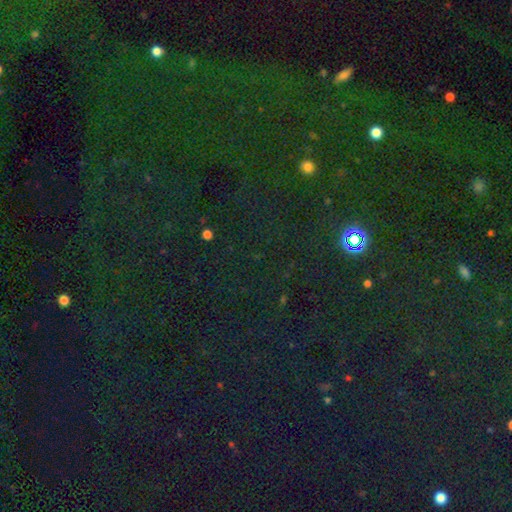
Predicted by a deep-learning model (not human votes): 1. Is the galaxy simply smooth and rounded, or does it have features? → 78% star or artifact, 15% smooth, 7% featured or disk.